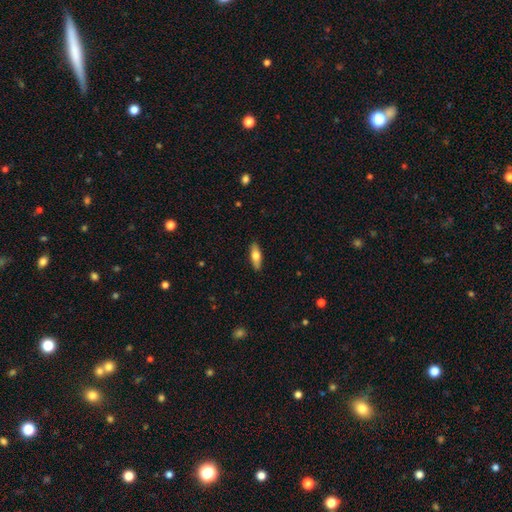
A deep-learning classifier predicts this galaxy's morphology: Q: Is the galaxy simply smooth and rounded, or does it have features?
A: smooth — 66%.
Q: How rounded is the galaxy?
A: in between — 60%.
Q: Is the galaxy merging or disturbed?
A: none — 89%.